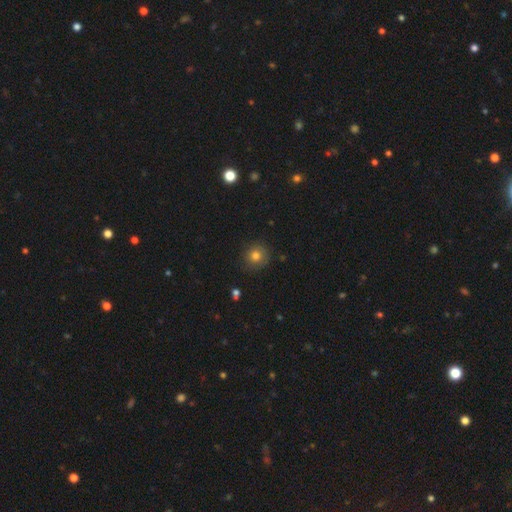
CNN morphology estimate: A smooth galaxy with no disk features (78%) that is round (92%).

Vote fractions:
- Smooth or featured? smooth: 78% / star or artifact: 13% / featured or disk: 9%
- How rounded? round: 92% / in between: 7% / cigar-shaped: 1%
- Merging? none: 86% / minor disturbance: 10% / major disturbance: 3% / merger: 1%